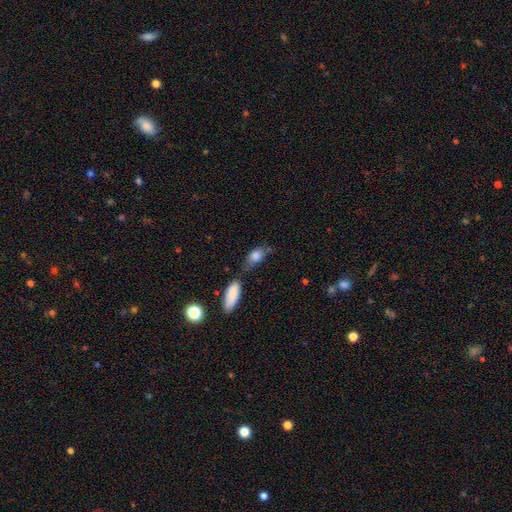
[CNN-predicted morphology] type=smooth (81%); roundness=in between (82%); merging=none (45%).